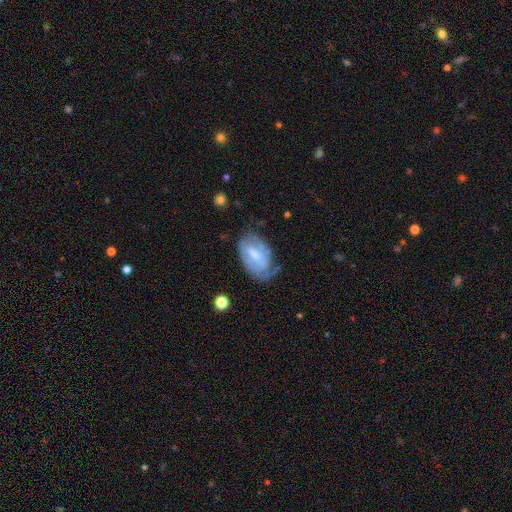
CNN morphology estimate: Smooth or featured?
  - featured or disk: 63% *
  - smooth: 31%
  - star or artifact: 7%
Edge-on disk?
  - no: 95% *
  - yes: 5%
Bar?
  - weak: 50% *
  - no: 25%
  - strong: 25%
Spiral arms?
  - yes: 71% *
  - no: 29%
Bulge size?
  - moderate: 38% *
  - small: 35%
  - none: 18%
  - large: 7%
  - dominant: 1%
Merging?
  - none: 45% *
  - minor disturbance: 32%
  - major disturbance: 20%
  - merger: 3%